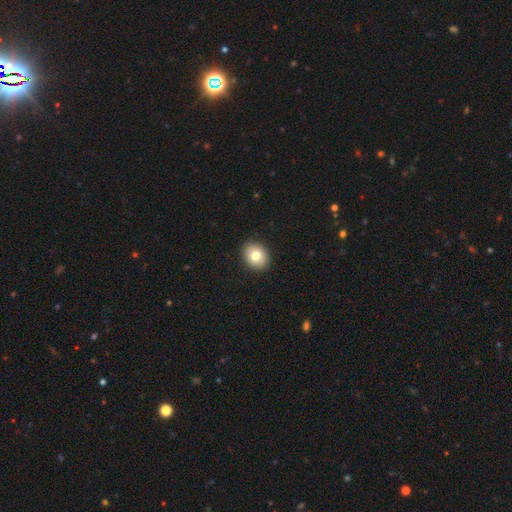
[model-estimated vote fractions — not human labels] smooth 79%, featured or disk 13%, star or artifact 9%. Down the decision tree: how rounded — in between (56%); merging — none (91%).